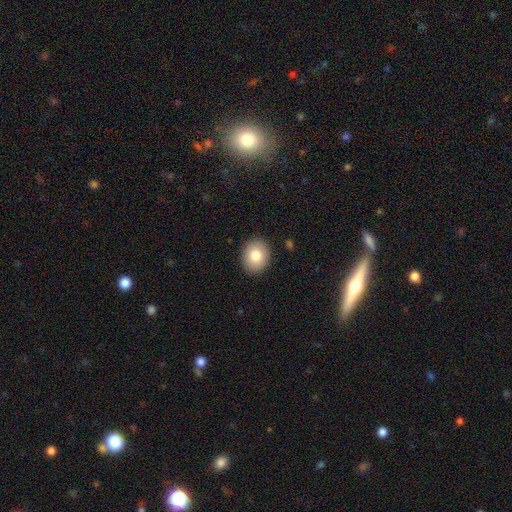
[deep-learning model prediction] Smooth or featured: smooth — 81% (featured or disk — 10%)
How rounded: in between — 52% (round — 47%)
Merging: none — 90% (minor disturbance — 7%)